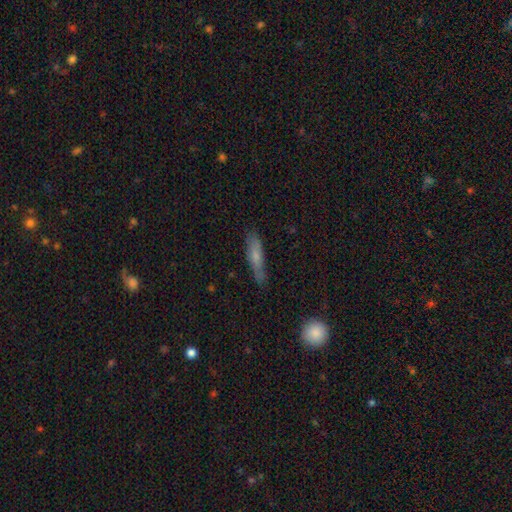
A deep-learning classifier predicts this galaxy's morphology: Smooth or featured? Predicted: smooth (p=0.63). How rounded? Predicted: cigar-shaped (p=0.77). Merging? Predicted: none (p=0.75).